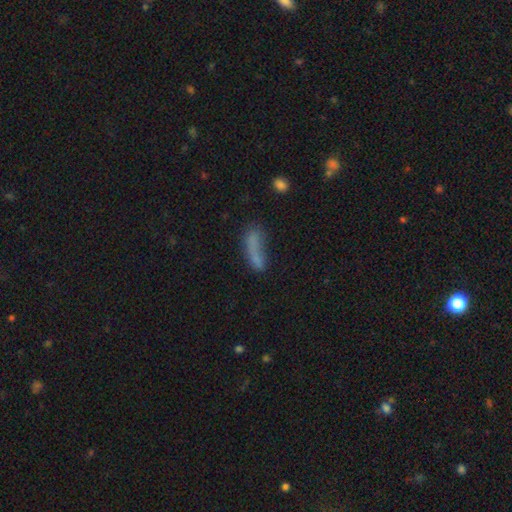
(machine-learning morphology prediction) Smooth or featured? Predicted: smooth (p=0.72). How rounded? Predicted: cigar-shaped (p=0.53). Merging? Predicted: none (p=0.38).